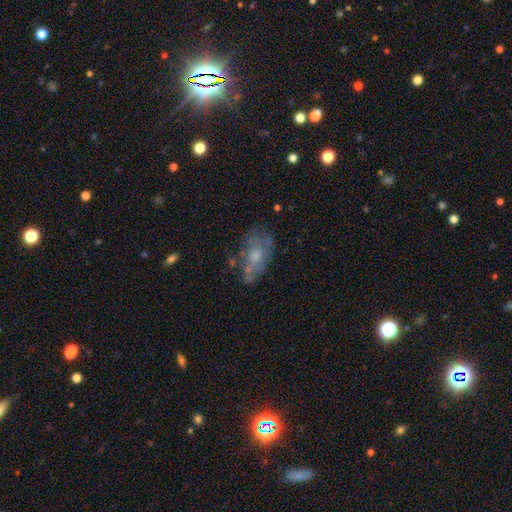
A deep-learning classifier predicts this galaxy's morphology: A featured or disk galaxy (47%). Merging: none (51%).